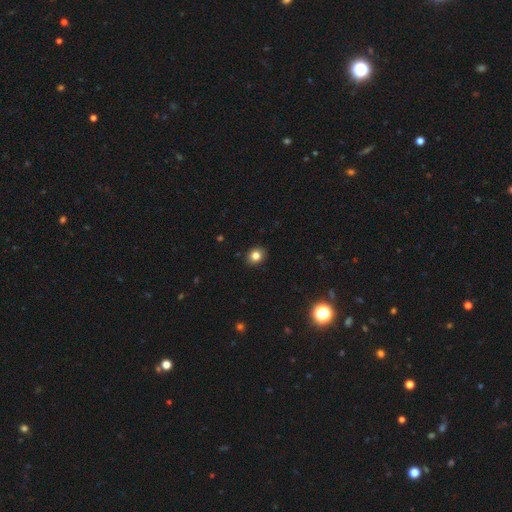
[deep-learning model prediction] Smooth or featured? Predicted: smooth (p=0.82). How rounded? Predicted: round (p=0.64). Merging? Predicted: none (p=0.90).